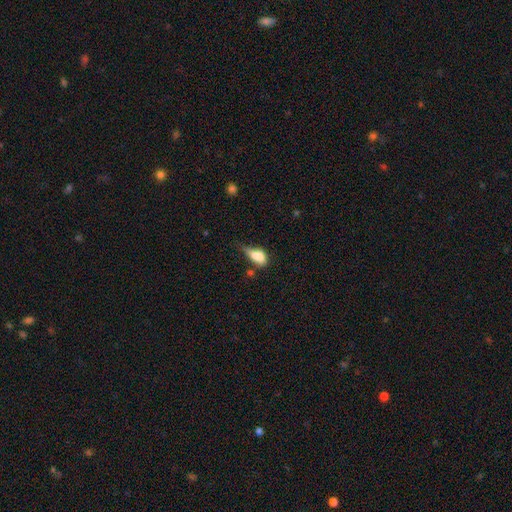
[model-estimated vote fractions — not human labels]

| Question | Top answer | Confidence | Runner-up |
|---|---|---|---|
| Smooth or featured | smooth | 67% | featured or disk (23%) |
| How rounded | in between | 77% | cigar-shaped (13%) |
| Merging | minor disturbance | 30% | major disturbance (29%) |